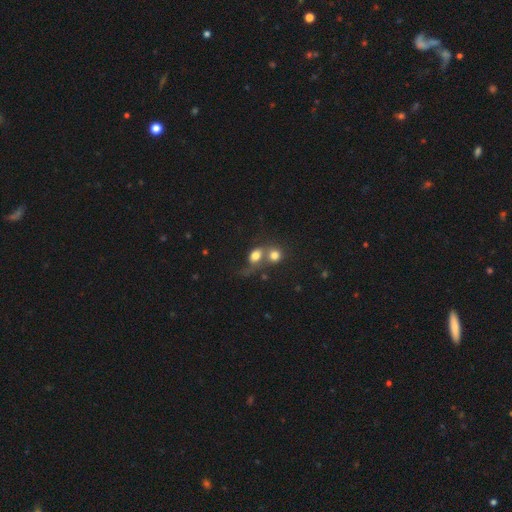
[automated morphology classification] Smooth or featured? Predicted: smooth (p=0.71). How rounded? Predicted: round (p=0.56). Merging? Predicted: merger (p=0.63).